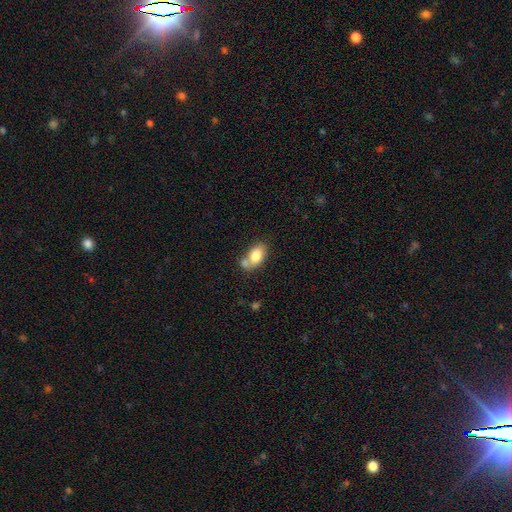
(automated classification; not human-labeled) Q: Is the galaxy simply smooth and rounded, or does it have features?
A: smooth — 80%.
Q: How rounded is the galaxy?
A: in between — 88%.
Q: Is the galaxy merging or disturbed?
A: none — 40%.